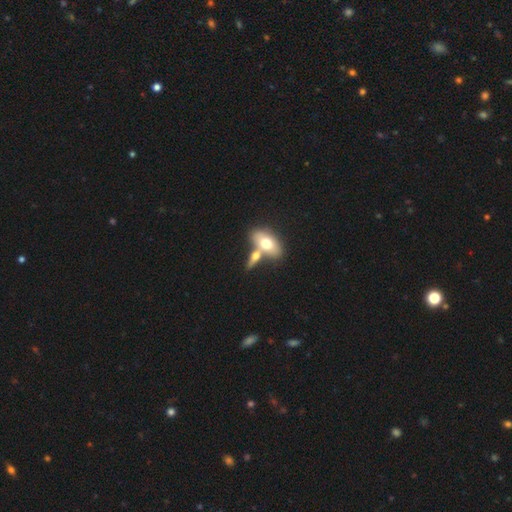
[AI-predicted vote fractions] smooth 63%, featured or disk 30%, star or artifact 7%. Down the decision tree: how rounded — in between (80%); merging — merger (48%).